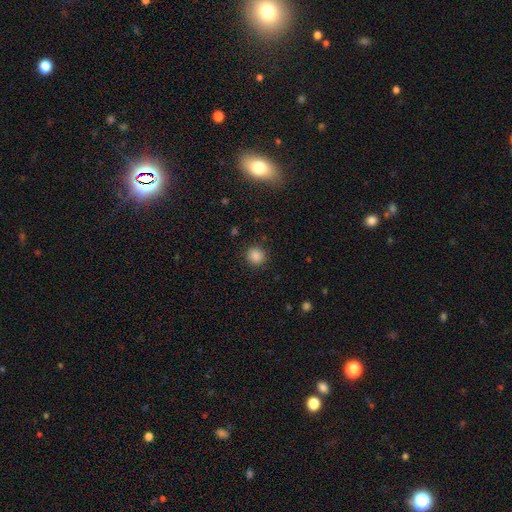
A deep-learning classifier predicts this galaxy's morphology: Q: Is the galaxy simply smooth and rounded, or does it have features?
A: smooth — 85%.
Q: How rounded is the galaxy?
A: round — 91%.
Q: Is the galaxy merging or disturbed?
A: none — 90%.